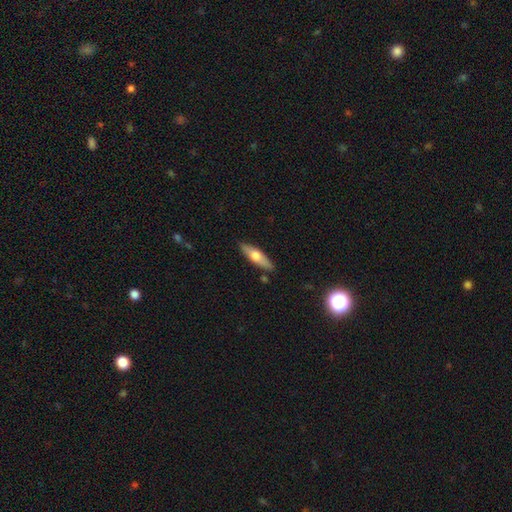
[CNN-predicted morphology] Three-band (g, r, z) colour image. It shows a smooth galaxy with no disk features (50%) that is cigar-shaped (60%). Merging: none (86%).